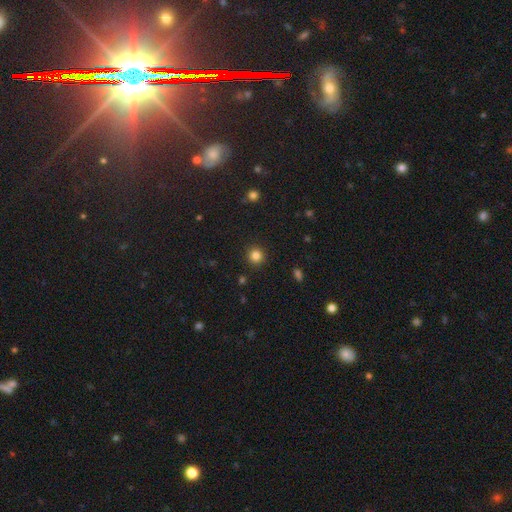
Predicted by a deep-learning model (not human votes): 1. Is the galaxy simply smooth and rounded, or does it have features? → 83% smooth, 12% star or artifact, 5% featured or disk.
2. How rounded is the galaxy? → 94% round, 5% in between, 1% cigar-shaped.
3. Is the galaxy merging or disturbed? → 92% none, 5% minor disturbance, 2% major disturbance, 1% merger.